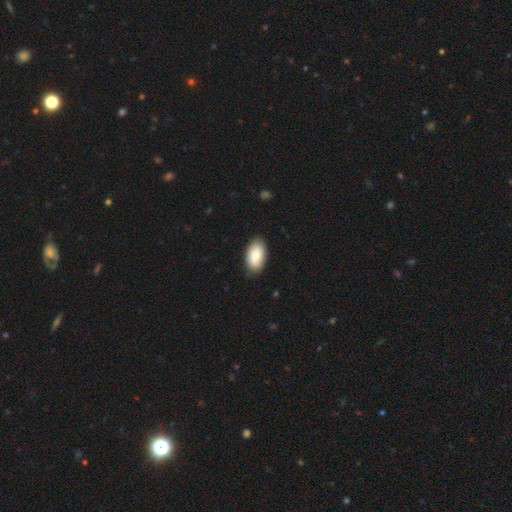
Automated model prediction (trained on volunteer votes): A smooth galaxy with no disk features (80%) that is in between round and cigar-shaped (95%). Merging: none (86%).